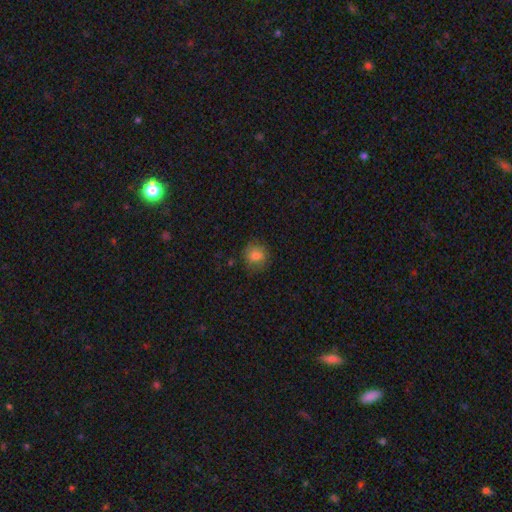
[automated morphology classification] type=smooth (78%); roundness=round (80%); merging=none (75%).